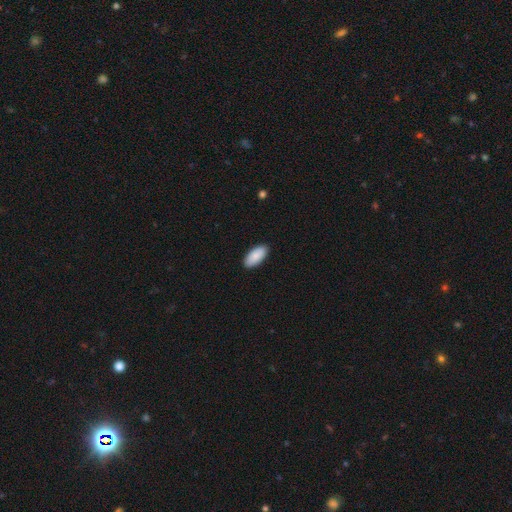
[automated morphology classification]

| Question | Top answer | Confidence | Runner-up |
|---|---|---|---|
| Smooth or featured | smooth | 89% | star or artifact (6%) |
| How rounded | in between | 93% | cigar-shaped (5%) |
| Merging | none | 90% | minor disturbance (7%) |